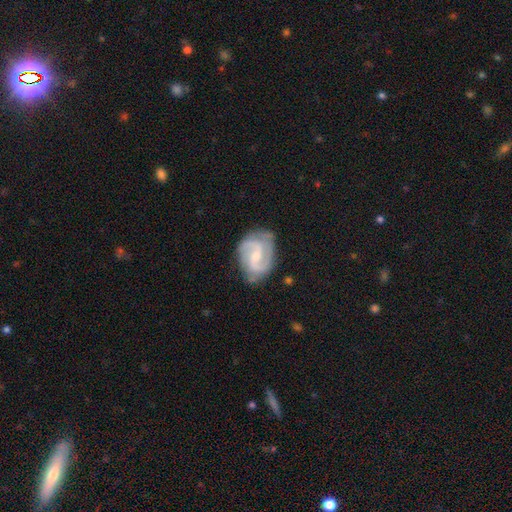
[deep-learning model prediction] This appears to be a featured or disk galaxy (87%) with a weak bar (55%), 2 (88%) medium (54%) spiral arms (97%) and a small central bulge (53%). Merging: none (72%).